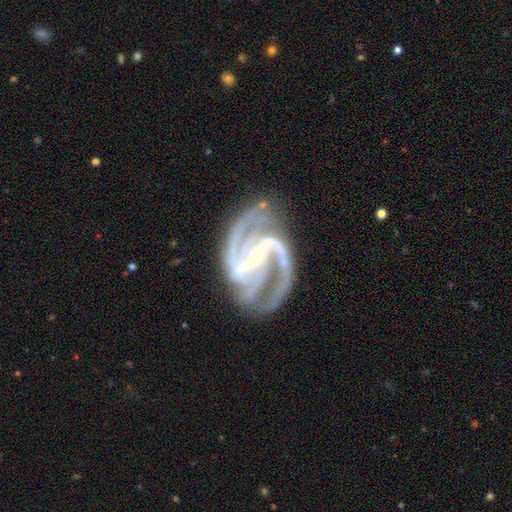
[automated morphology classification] A featured or disk galaxy (94%) with a strong bar (59%), 2 (39%) medium (59%) spiral arms (99%) and a small central bulge (81%).

Vote fractions:
- Smooth or featured? featured or disk: 94% / star or artifact: 4% / smooth: 2%
- Edge-on disk? no: 98% / yes: 2%
- Bar? strong: 59% / weak: 28% / no: 13%
- Spiral arms? yes: 99% / no: 1%
- Spiral winding? medium: 59% / tight: 26% / loose: 14%
- Spiral arm count? 2: 39% / 3: 36% / 4: 9% / can't tell: 6% / more than 4: 5% / 1: 5%
- Bulge size? small: 81% / moderate: 14% / none: 3% / large: 1% / dominant: 1%
- Merging? none: 69% / minor disturbance: 18% / major disturbance: 11% / merger: 2%